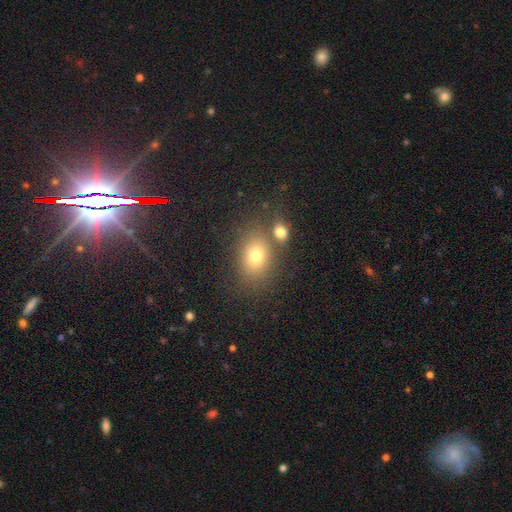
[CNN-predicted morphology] Q: Smooth or featured?
A: smooth (69%); runner-up: star or artifact (18%)
Q: How rounded?
A: in between (63%); runner-up: round (36%)
Q: Merging?
A: none (66%); runner-up: merger (18%)